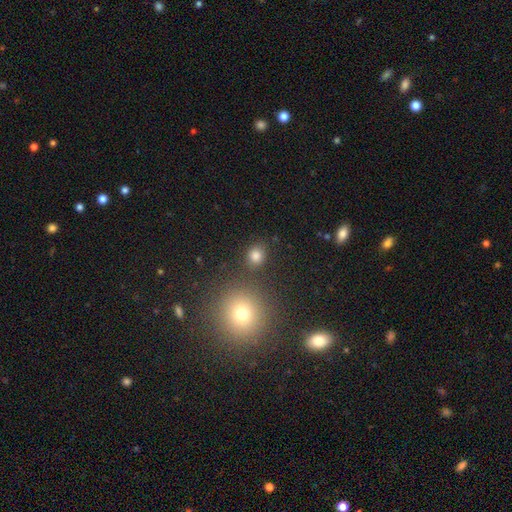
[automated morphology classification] smooth 81%, star or artifact 14%, featured or disk 5%. Down the decision tree: how rounded — round (74%); merging — none (81%).